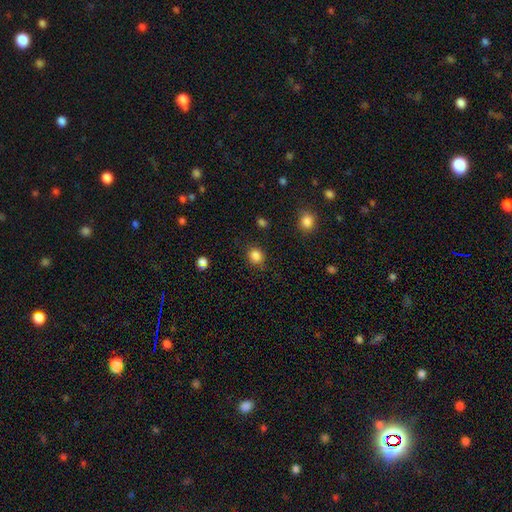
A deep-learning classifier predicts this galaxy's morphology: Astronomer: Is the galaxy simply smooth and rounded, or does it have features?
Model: smooth — 85%.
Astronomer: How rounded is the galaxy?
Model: round — 72%.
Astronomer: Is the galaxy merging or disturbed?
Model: none — 84%.